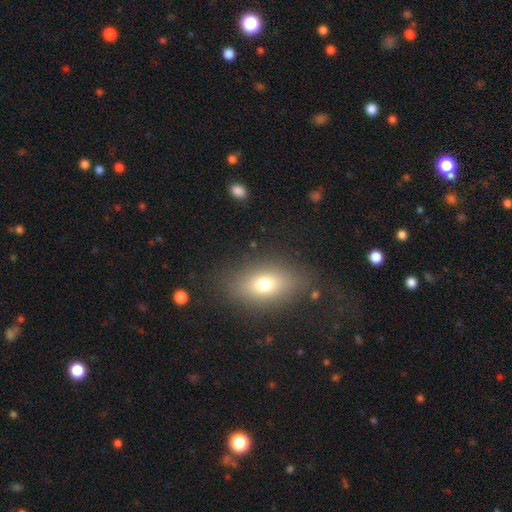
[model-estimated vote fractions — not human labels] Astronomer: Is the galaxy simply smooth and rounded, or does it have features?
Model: smooth — 63%.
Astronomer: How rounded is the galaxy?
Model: in between — 84%.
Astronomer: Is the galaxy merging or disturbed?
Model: none — 74%.